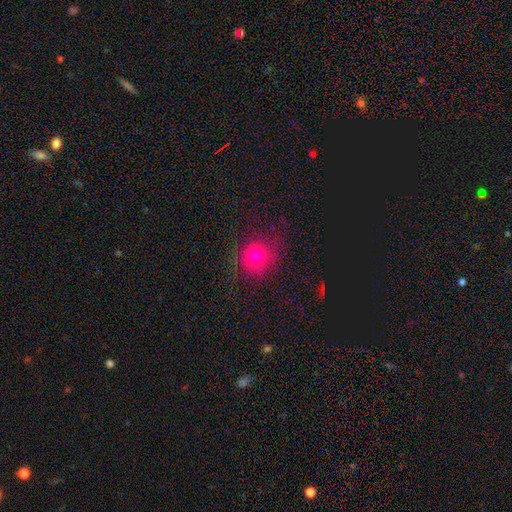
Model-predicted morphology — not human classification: smooth 76%, star or artifact 14%, featured or disk 10%. Down the decision tree: how rounded — round (85%); merging — none (75%).